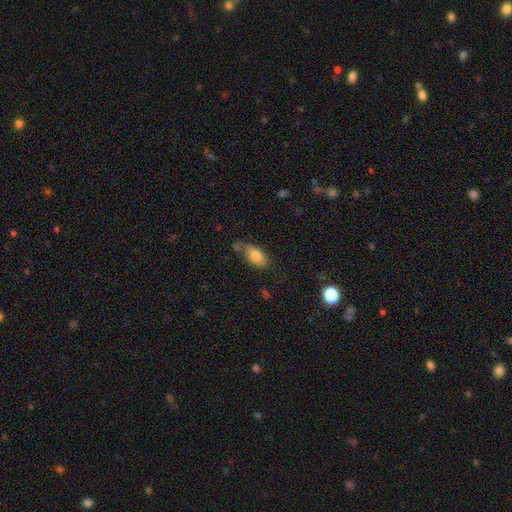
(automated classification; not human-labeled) Smooth or featured? smooth (79%)
How rounded? in between (89%)
Merging? none (57%)